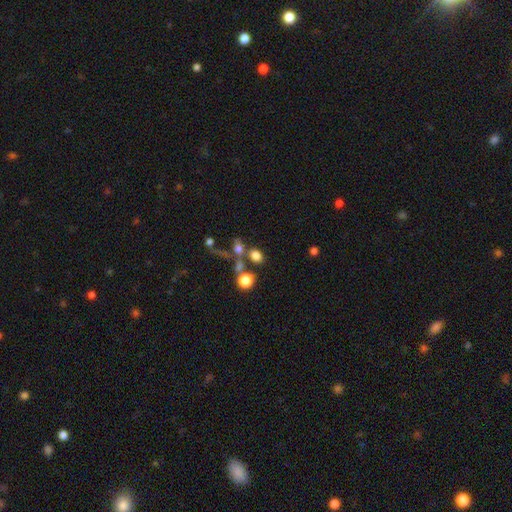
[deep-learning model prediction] This is likely a smooth galaxy (74%). How rounded: possibly in between (57%). Merging: possibly none (54%).